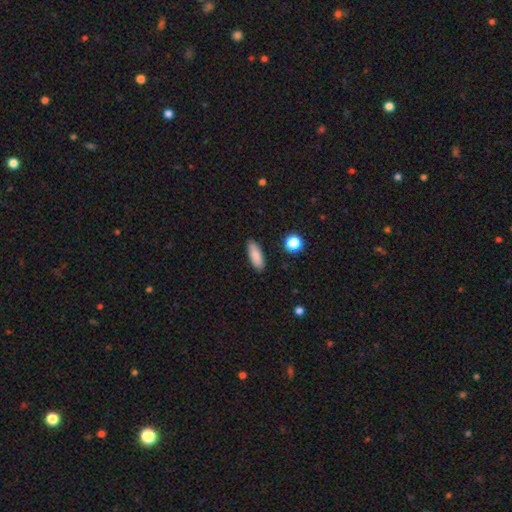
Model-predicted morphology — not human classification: A smooth galaxy with no disk features (87%) that is in between round and cigar-shaped (61%). Merging: none (89%).